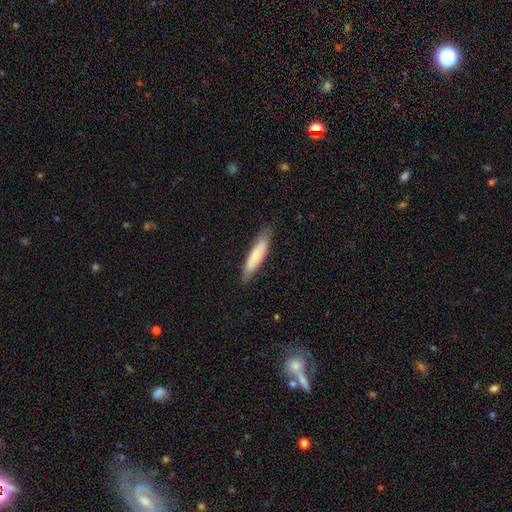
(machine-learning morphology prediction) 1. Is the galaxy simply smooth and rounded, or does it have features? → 66% smooth, 28% featured or disk, 6% star or artifact.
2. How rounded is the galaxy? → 78% cigar-shaped, 20% in between, 1% round.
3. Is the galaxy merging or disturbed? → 80% none, 16% minor disturbance, 3% major disturbance, 1% merger.